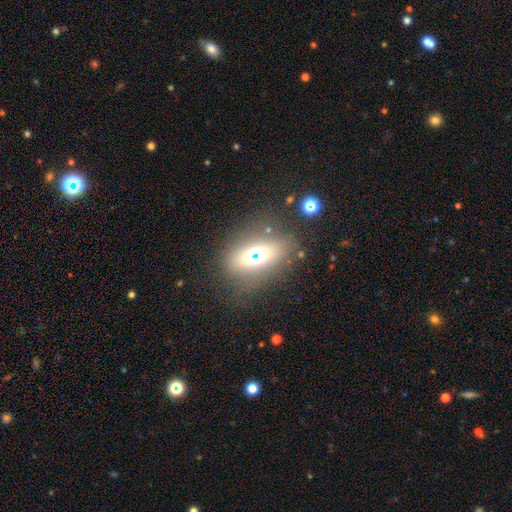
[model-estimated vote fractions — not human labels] This is possibly a smooth galaxy (53%). How rounded: likely in between (71%). Merging: likely none (68%).